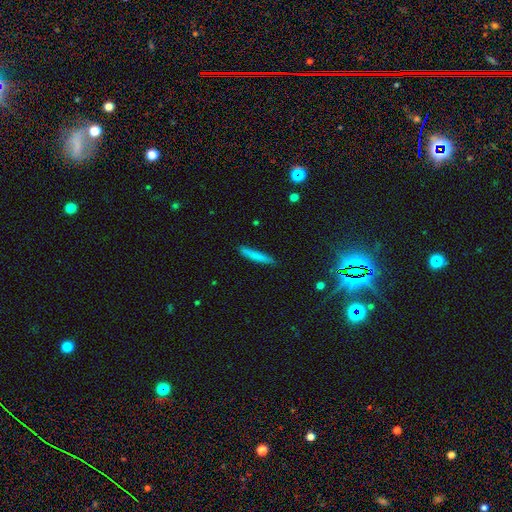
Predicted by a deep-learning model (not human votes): Smooth or featured: smooth — 78% (featured or disk — 15%)
How rounded: cigar-shaped — 93% (in between — 5%)
Merging: none — 87% (minor disturbance — 10%)